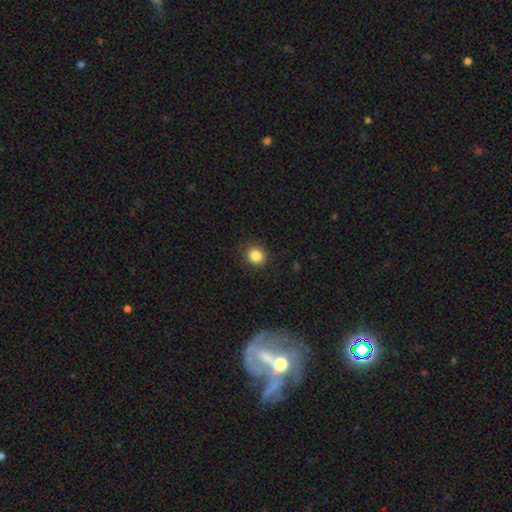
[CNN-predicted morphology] type=smooth (86%); roundness=round (82%); merging=none (90%).